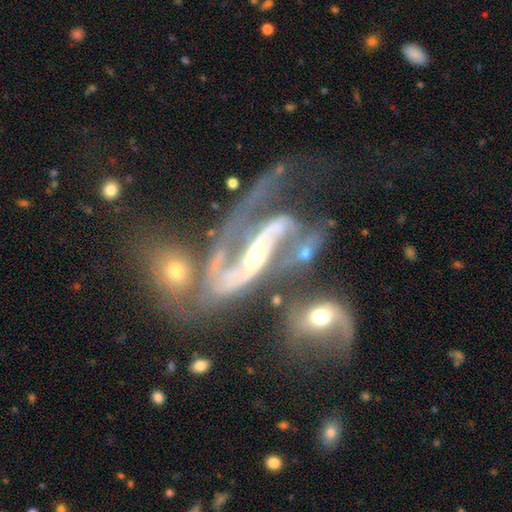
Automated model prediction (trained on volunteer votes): Overall: featured or disk (85%). Edge-on disk: no (93%). Bar: no (35%; strong 34%). Spiral arms: yes (88%). Spiral arm count: 2 (71%). Spiral winding: loose (52%; medium 34%). Bulge size: small (45%; moderate 44%). Merging: merger (42%; major disturbance 33%).